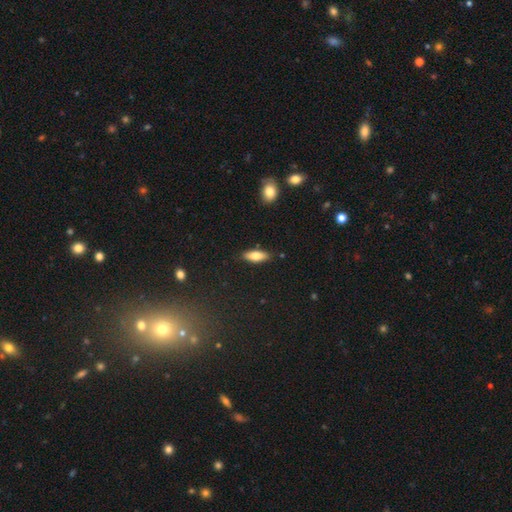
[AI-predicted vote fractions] A smooth galaxy with no disk features (77%) that is in between round and cigar-shaped (69%). Merging: none (85%).